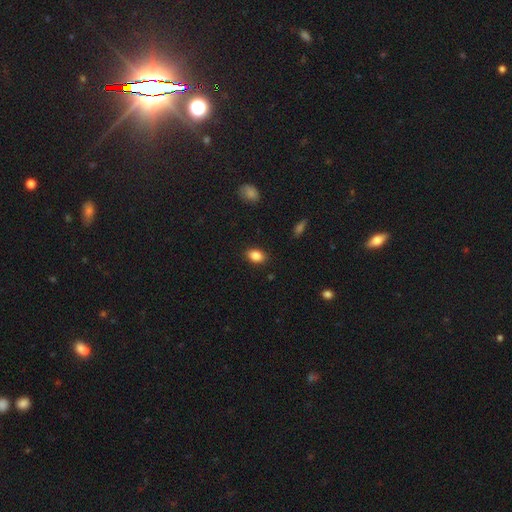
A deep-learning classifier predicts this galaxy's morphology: Q: Smooth or featured?
A: smooth (86%); runner-up: star or artifact (9%)
Q: How rounded?
A: in between (82%); runner-up: round (16%)
Q: Merging?
A: none (88%); runner-up: minor disturbance (9%)